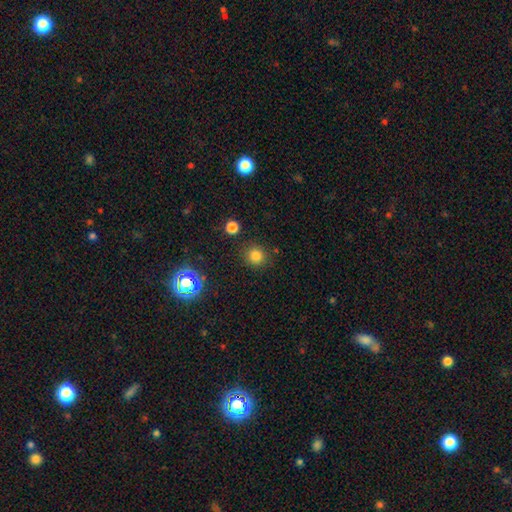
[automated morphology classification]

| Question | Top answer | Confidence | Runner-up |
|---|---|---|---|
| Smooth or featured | smooth | 80% | star or artifact (15%) |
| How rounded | round | 90% | in between (9%) |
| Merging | none | 87% | minor disturbance (8%) |